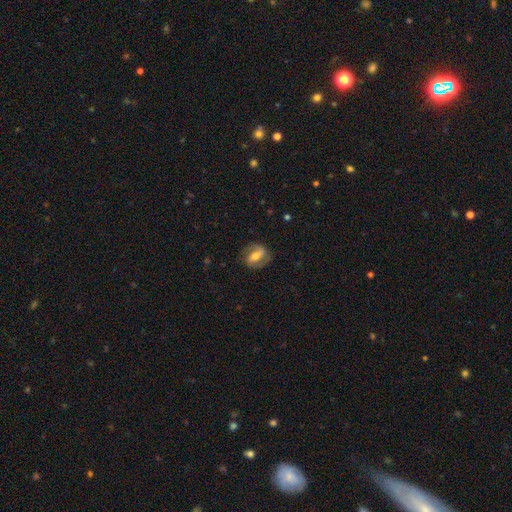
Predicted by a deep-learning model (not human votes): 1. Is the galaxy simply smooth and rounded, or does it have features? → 73% featured or disk, 21% smooth, 6% star or artifact.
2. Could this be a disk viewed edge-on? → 95% no, 5% yes.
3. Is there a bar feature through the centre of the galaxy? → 51% strong, 34% weak, 15% no.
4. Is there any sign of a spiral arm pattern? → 89% yes, 11% no.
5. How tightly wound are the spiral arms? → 48% medium, 28% tight, 25% loose.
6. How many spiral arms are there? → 89% 2, 5% can't tell, 3% 1, 1% 3, 1% 4, 1% more than 4.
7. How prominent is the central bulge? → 56% moderate, 29% small, 10% large, 4% none, 2% dominant.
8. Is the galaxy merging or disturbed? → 79% none, 14% minor disturbance, 6% major disturbance, 1% merger.